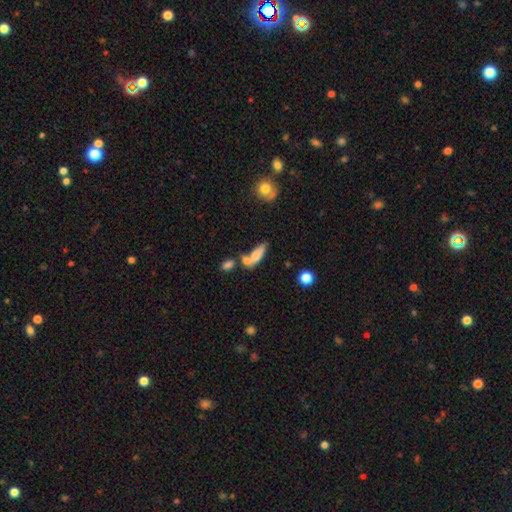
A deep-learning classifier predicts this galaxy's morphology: Q: Smooth or featured?
A: smooth (72%); runner-up: featured or disk (19%)
Q: How rounded?
A: in between (66%); runner-up: cigar-shaped (30%)
Q: Merging?
A: merger (45%); runner-up: none (33%)